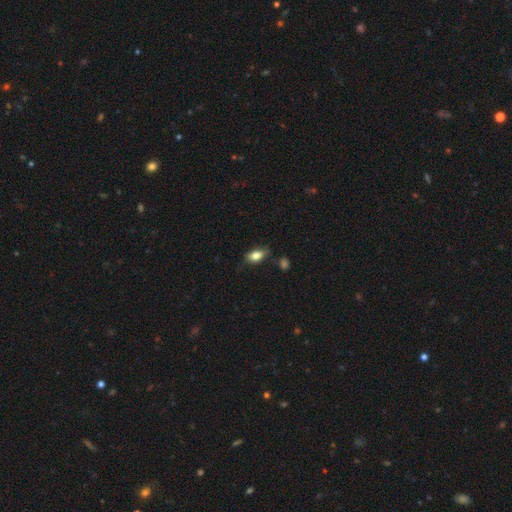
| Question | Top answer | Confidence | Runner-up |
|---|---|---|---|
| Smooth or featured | smooth | 92% | featured or disk (8%) |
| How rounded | in between | 86% | round (8%) |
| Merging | none | 69% | minor disturbance (23%) |